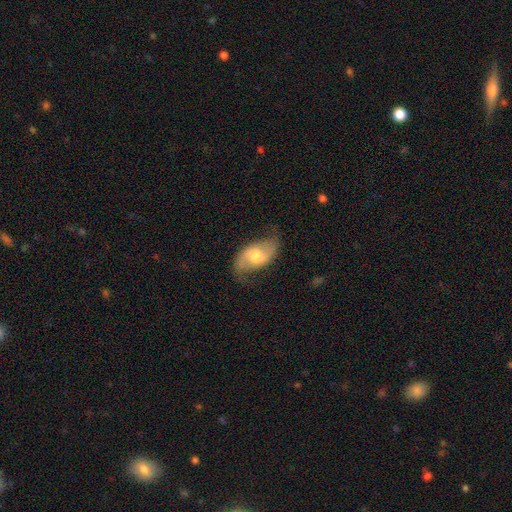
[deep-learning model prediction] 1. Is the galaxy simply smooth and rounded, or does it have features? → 69% featured or disk, 26% smooth, 6% star or artifact.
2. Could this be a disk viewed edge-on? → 94% no, 6% yes.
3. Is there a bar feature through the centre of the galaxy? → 51% no, 37% weak, 12% strong.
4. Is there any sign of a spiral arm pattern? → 88% yes, 12% no.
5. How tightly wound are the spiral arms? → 63% loose, 28% medium, 9% tight.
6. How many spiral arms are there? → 90% 2, 5% can't tell, 3% 1, 1% 3, 1% 4, 1% more than 4.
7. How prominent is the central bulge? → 67% moderate, 20% small, 9% large, 2% none, 1% dominant.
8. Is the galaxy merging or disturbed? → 69% none, 21% minor disturbance, 9% major disturbance, 1% merger.